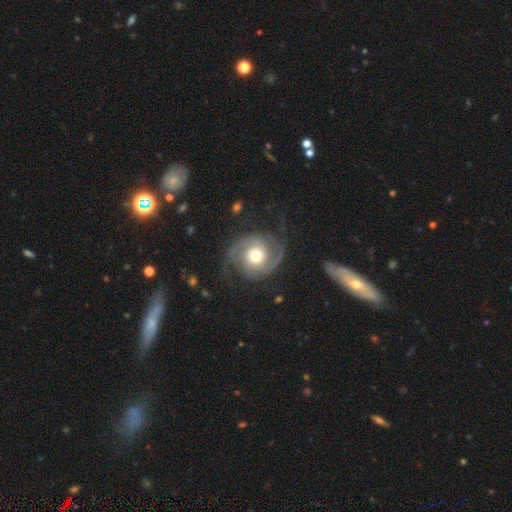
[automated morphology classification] Smooth or featured? Predicted: featured or disk (p=0.89). Edge-on disk? Predicted: no (p=0.98). Bar? Predicted: no (p=0.76). Spiral arms? Predicted: yes (p=0.98). Spiral winding? Predicted: medium (p=0.45). Spiral arm count? Predicted: 2 (p=0.85). Bulge size? Predicted: moderate (p=0.68). Merging? Predicted: none (p=0.75).